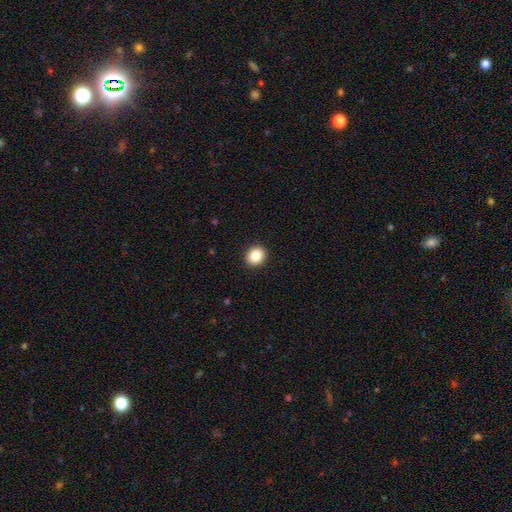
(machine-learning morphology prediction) smooth_or_featured: smooth (p=0.85) [alt: star or artifact p=0.10]
how_rounded: round (p=0.74) [alt: in between p=0.25]
merging: none (p=0.92) [alt: minor disturbance p=0.06]